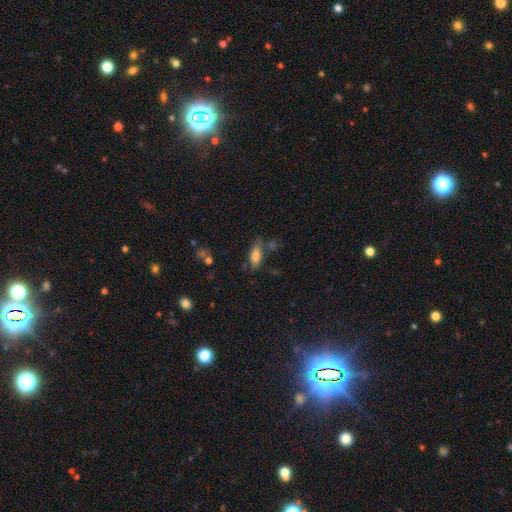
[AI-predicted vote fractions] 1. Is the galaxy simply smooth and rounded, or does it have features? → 81% smooth, 10% featured or disk, 9% star or artifact.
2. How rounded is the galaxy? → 79% in between, 19% cigar-shaped, 3% round.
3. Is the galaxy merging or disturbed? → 61% none, 22% minor disturbance, 9% merger, 8% major disturbance.